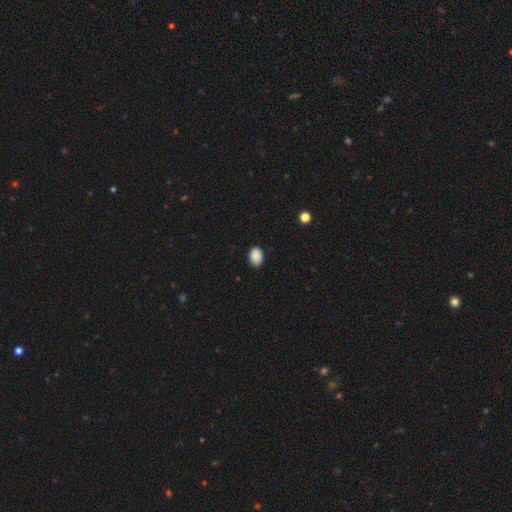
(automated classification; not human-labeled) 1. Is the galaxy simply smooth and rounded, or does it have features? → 88% smooth, 8% star or artifact, 3% featured or disk.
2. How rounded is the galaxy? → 73% in between, 26% round, 1% cigar-shaped.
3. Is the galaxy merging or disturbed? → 85% none, 12% minor disturbance, 2% major disturbance, 1% merger.